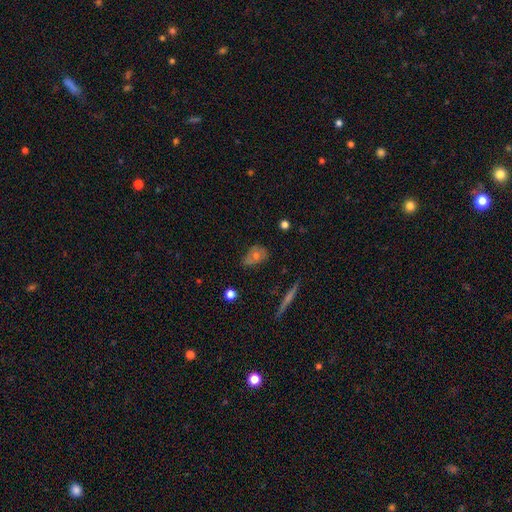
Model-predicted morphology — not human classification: Overall: smooth (47%; featured or disk 39%). Merging: none (59%; minor disturbance 28%).